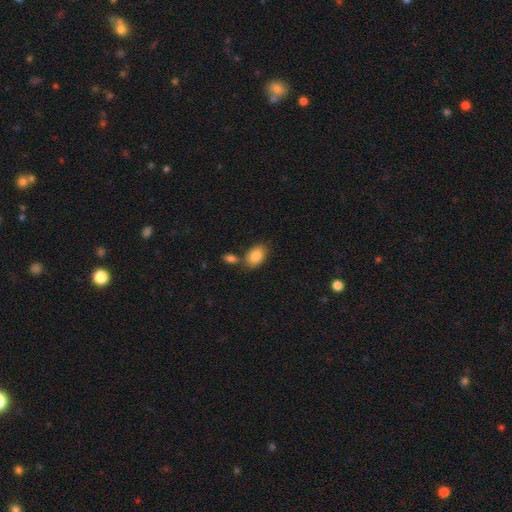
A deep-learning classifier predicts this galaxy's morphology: Smooth or featured? smooth (83%)
How rounded? in between (82%)
Merging? none (66%)